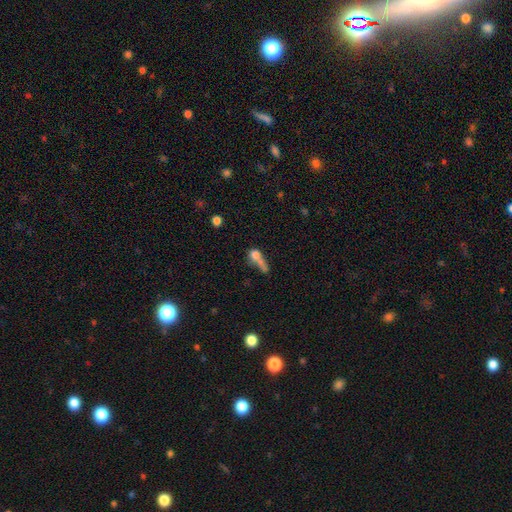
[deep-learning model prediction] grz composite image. It shows a smooth galaxy with no disk features (67%) that is round (50%). Merging: merger (49%).